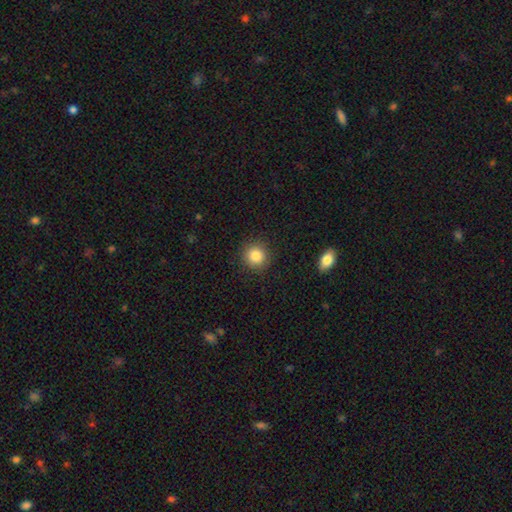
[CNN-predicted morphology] This is clearly a smooth galaxy (85%). How rounded: clearly round (92%). Merging: clearly none (90%).